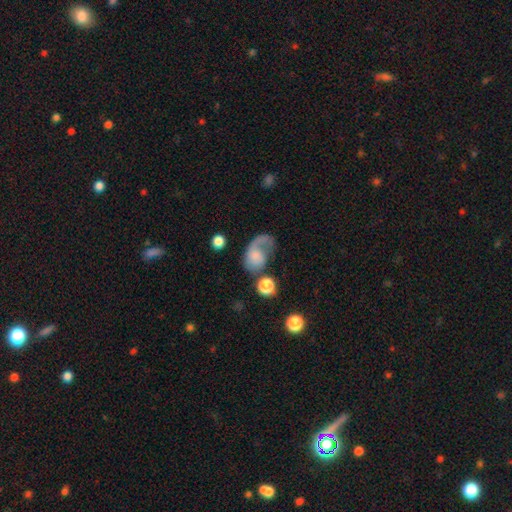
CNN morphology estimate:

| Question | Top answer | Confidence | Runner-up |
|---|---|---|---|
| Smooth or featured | smooth | 45% | tied: featured or disk (45%) |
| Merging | major disturbance | 47% | none (26%) |